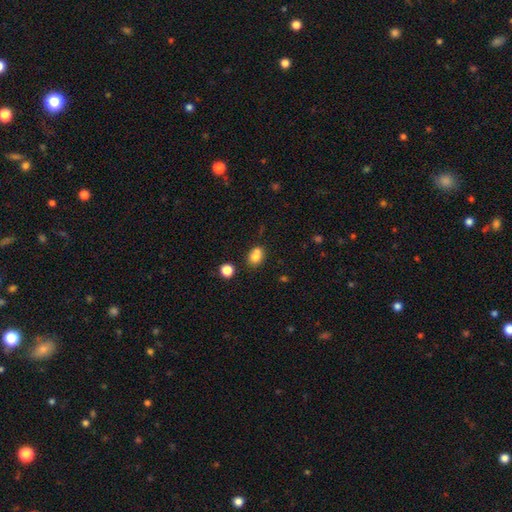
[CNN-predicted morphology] Overall: smooth (77%). How rounded: round (54%; in between 45%). Merging: none (46%; merger 37%).